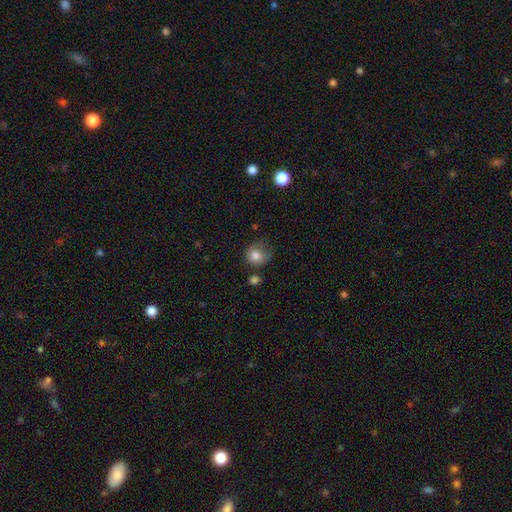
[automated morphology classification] The model was most divided on "merging": none: 41%, minor disturbance: 33%, major disturbance: 20%, merger: 6%. More confident: smooth or featured — smooth (78%); how rounded — round (77%).